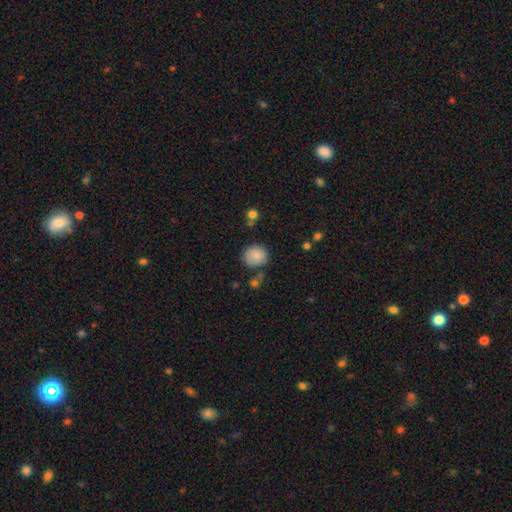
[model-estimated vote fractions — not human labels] The model was most divided on "merging": none: 76%, minor disturbance: 15%, merger: 5%, major disturbance: 4%. More confident: how rounded — round (86%); smooth or featured — smooth (85%).